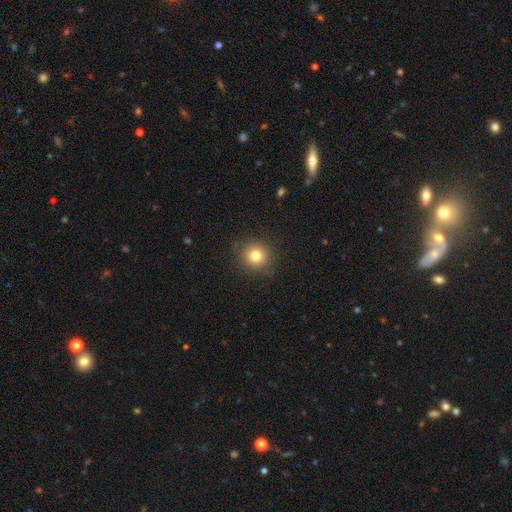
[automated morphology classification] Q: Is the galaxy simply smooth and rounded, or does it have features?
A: smooth — 79%.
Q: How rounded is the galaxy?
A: round — 92%.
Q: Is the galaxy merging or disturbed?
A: none — 87%.